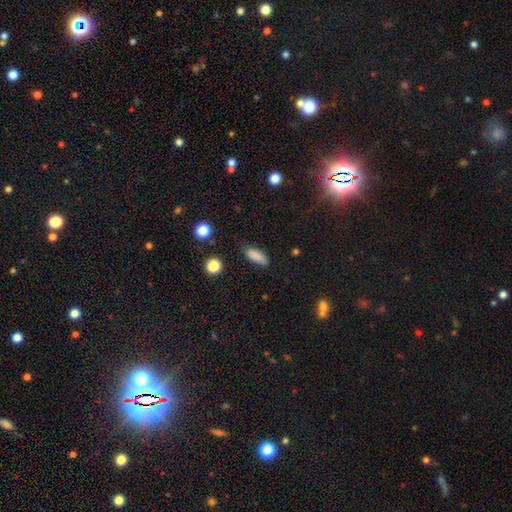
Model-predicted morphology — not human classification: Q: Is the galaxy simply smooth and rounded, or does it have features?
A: smooth — 85%.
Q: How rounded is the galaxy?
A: in between — 72%.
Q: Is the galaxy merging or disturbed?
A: none — 73%.